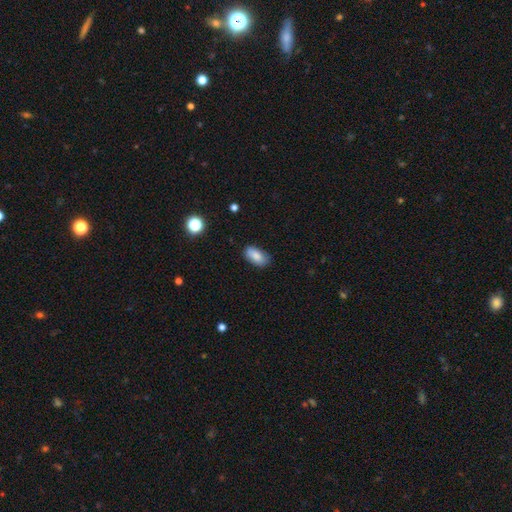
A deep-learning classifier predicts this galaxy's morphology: smooth 84%, featured or disk 8%, star or artifact 8%. Down the decision tree: how rounded — in between (91%); merging — none (80%).